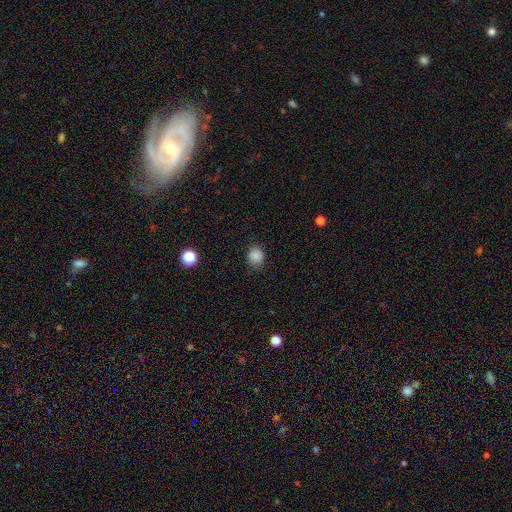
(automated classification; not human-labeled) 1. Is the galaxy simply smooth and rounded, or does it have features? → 85% smooth, 11% star or artifact, 4% featured or disk.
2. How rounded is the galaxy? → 74% round, 25% in between, 1% cigar-shaped.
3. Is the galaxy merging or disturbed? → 80% none, 15% minor disturbance, 4% major disturbance, 1% merger.